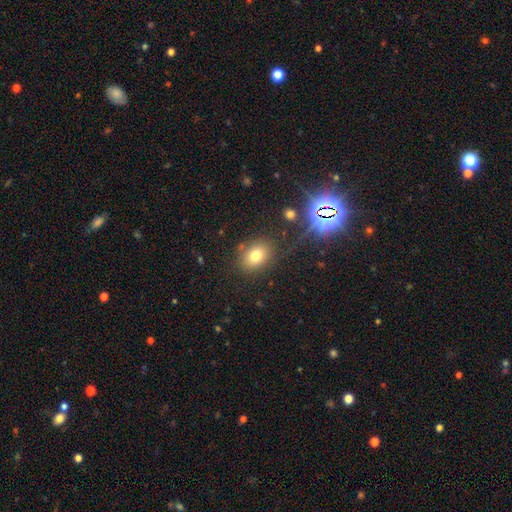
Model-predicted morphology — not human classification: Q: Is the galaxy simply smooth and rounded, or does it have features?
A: smooth — 74%.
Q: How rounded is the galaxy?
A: in between — 62%.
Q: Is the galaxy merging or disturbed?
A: none — 80%.